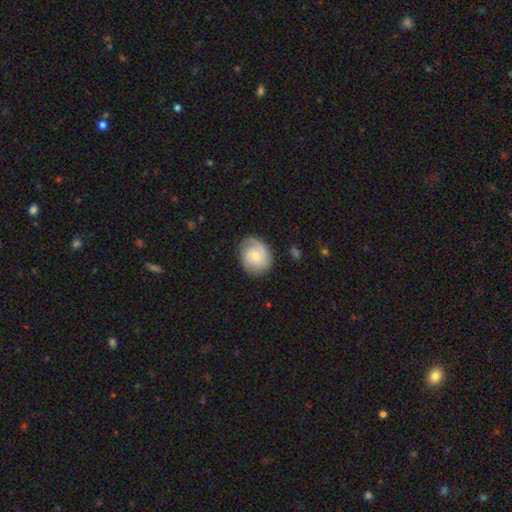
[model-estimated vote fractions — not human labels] This is likely a featured or disk galaxy (66%). It is clearly not viewed edge-on (97%). Bar: likely no (73%). Spiral arm pattern: clearly yes (92%). Spiral arm count: marginally 2 (43%). Spiral winding: possibly tight (49%). Central bulge: possibly small (51%). Merging: likely none (77%).